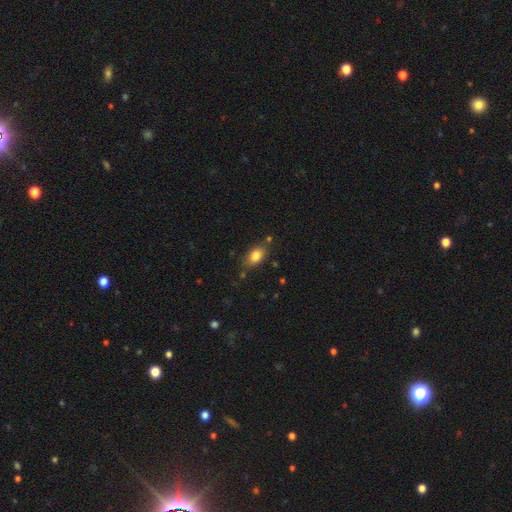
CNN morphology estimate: Smooth or featured: smooth — 82% (featured or disk — 10%)
How rounded: in between — 84% (round — 13%)
Merging: none — 76% (minor disturbance — 16%)